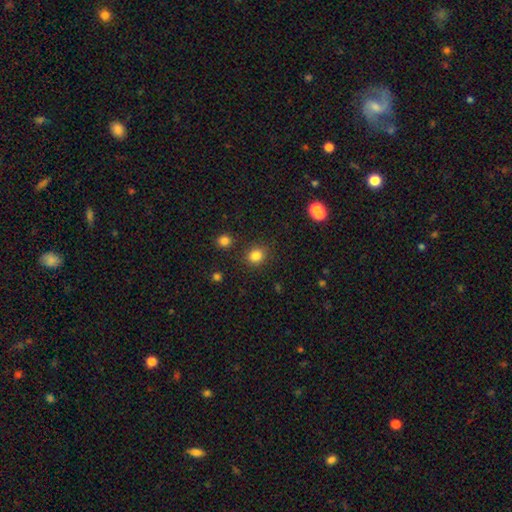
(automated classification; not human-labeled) The model was most divided on "how rounded": round: 78%, in between: 21%, cigar-shaped: 1%. More confident: merging — none (86%); smooth or featured — smooth (84%).